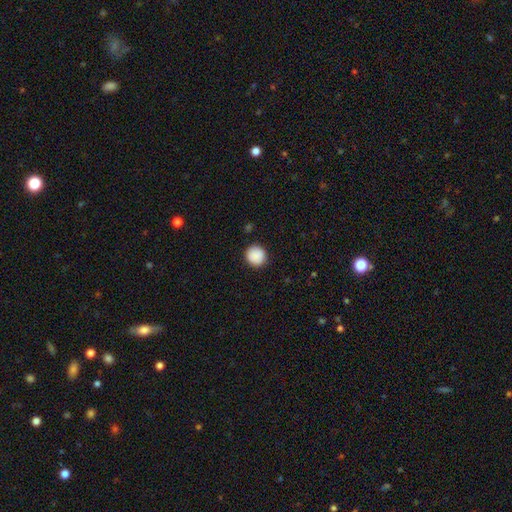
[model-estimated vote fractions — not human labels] Overall: smooth (90%). How rounded: round (92%). Merging: none (90%).